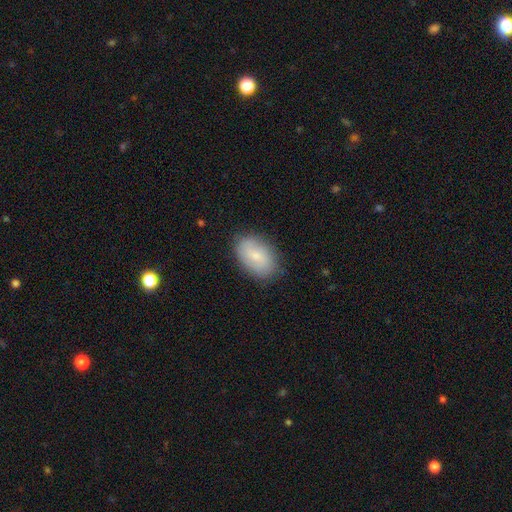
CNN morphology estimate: A smooth galaxy with no disk features (69%) that is in between round and cigar-shaped (89%).

Vote fractions:
- Smooth or featured? smooth: 69% / featured or disk: 24% / star or artifact: 7%
- How rounded? in between: 89% / round: 10% / cigar-shaped: 2%
- Merging? none: 82% / minor disturbance: 13% / major disturbance: 3% / merger: 1%